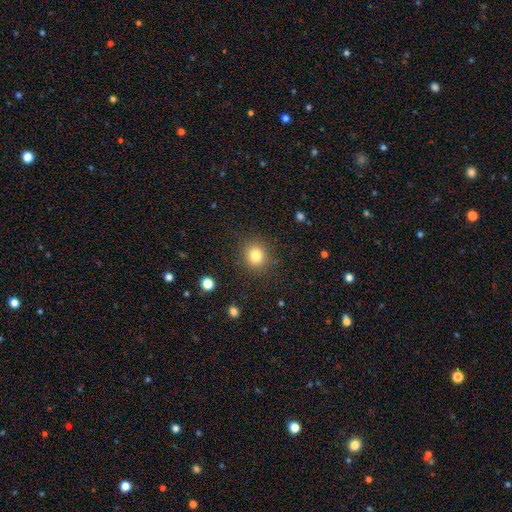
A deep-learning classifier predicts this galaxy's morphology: The model was most divided on "smooth or featured": smooth: 81%, star or artifact: 12%, featured or disk: 7%. More confident: merging — none (87%); how rounded — round (85%).